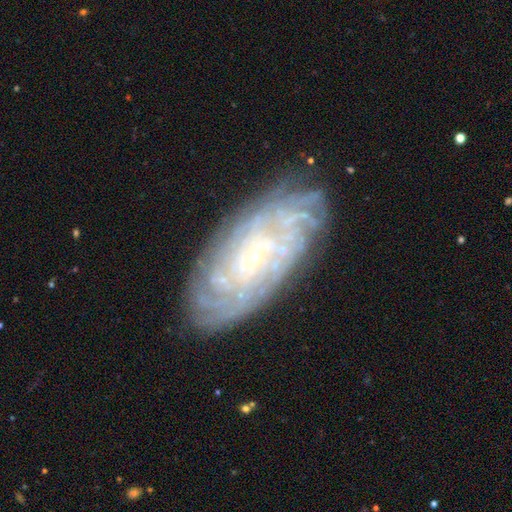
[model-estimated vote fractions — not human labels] A featured or disk galaxy (82%) with no bar (59%), tight (79%) spiral arms (94%) and a small central bulge (82%).

Vote fractions:
- Smooth or featured? featured or disk: 82% / smooth: 11% / star or artifact: 7%
- Edge-on disk? no: 93% / yes: 7%
- Bar? no: 59% / weak: 31% / strong: 9%
- Spiral arms? yes: 94% / no: 6%
- Spiral winding? tight: 79% / medium: 17% / loose: 4%
- Spiral arm count? can't tell: 41% / more than 4: 26% / 4: 14% / 3: 7% / 2: 7% / 1: 6%
- Bulge size? small: 82% / moderate: 12% / none: 4% / large: 1% / dominant: 1%
- Merging? none: 80% / minor disturbance: 14% / major disturbance: 4% / merger: 2%